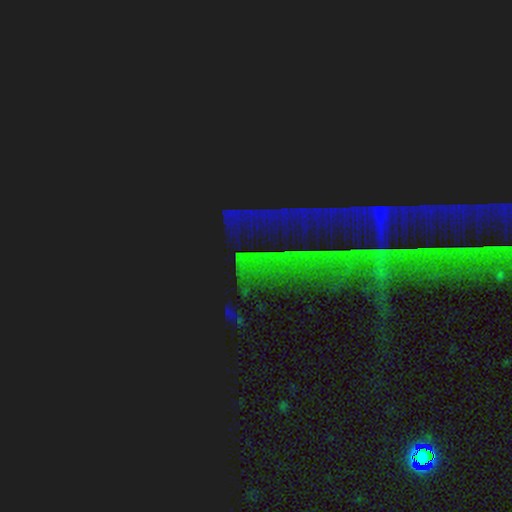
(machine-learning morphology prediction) A star or artifact, not a galaxy (82%).

Vote fractions:
- Smooth or featured? star or artifact: 82% / featured or disk: 10% / smooth: 8%